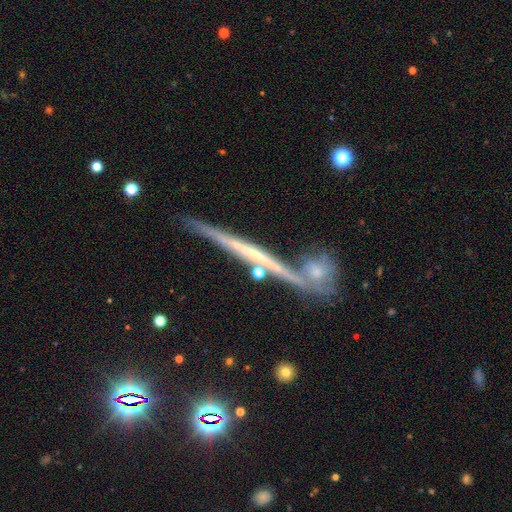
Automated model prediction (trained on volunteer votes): The model was most divided on "edge-on bulge": none: 72%, rounded: 18%, boxy: 9%. More confident: edge-on disk — yes (95%); smooth or featured — featured or disk (74%); merging — none (72%).